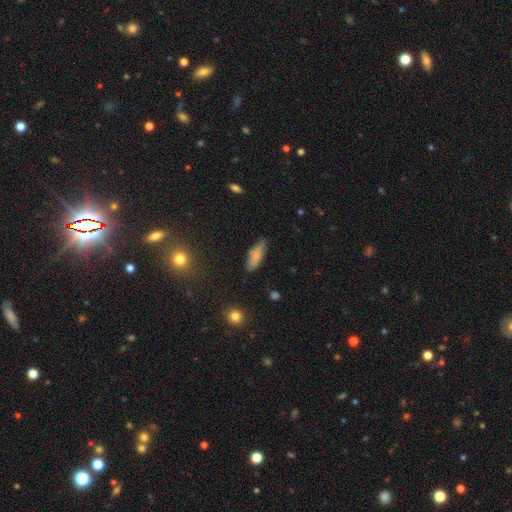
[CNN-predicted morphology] This is likely a smooth galaxy (76%). How rounded: possibly in between (60%). Merging: likely none (75%).